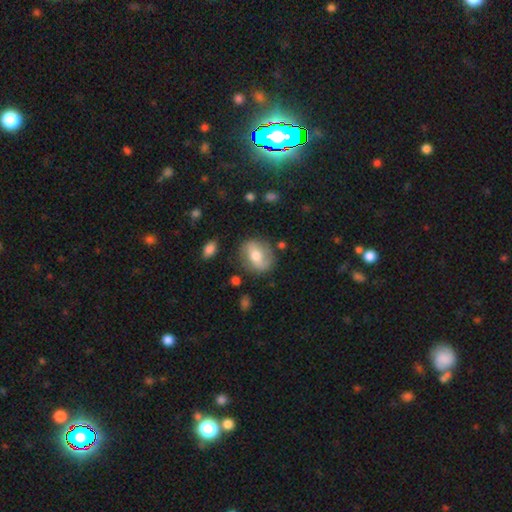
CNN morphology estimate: Smooth or featured: smooth — 48% (featured or disk — 45%)
Merging: none — 78% (minor disturbance — 14%)